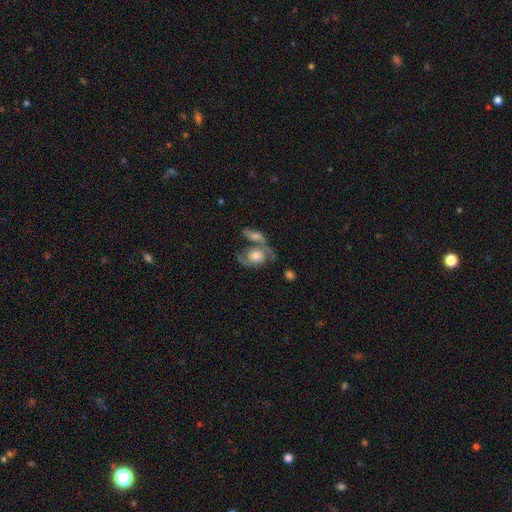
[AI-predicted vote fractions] smooth-or-featured: featured or disk: 65% | smooth: 28% | star or artifact: 8%
  disk-edge-on: no: 95% | yes: 5%
    bar: no: 77% | weak: 19% | strong: 4%
    has-spiral-arms: yes: 82% | no: 18%
      spiral-winding: medium: 47% | loose: 31% | tight: 23%
      spiral-arm-count: 2: 82% | can't tell: 8% | 1: 6% | 3: 2% | 4: 1% | more than 4: 1%
    bulge-size: moderate: 52% | large: 27% | small: 15% | none: 4% | dominant: 3%
  merging: merger: 44% | none: 31% | minor disturbance: 13% | major disturbance: 11%